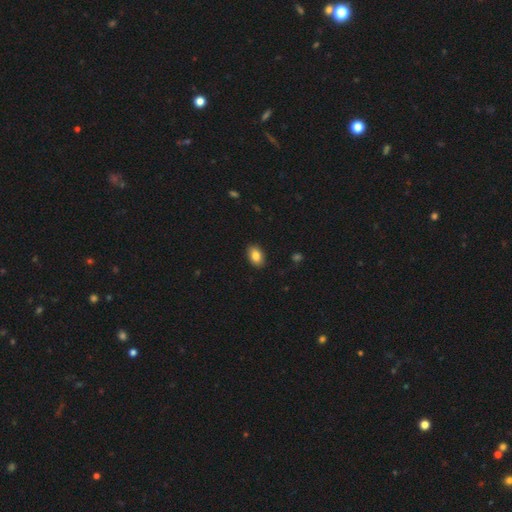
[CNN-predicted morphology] Smooth or featured? Predicted: smooth (p=0.85). How rounded? Predicted: in between (p=0.85). Merging? Predicted: none (p=0.90).